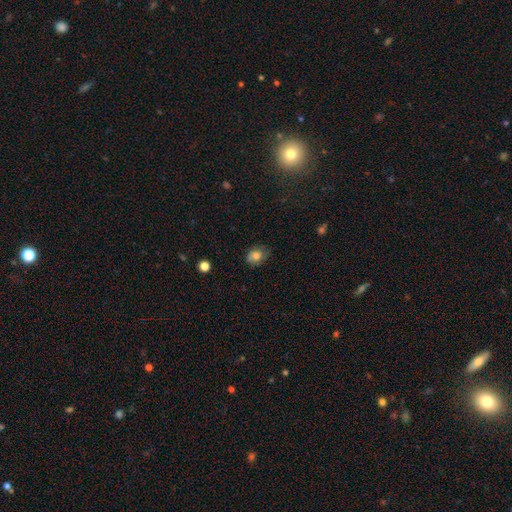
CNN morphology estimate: Smooth or featured: smooth — 75% (featured or disk — 14%)
How rounded: in between — 54% (round — 45%)
Merging: none — 69% (minor disturbance — 23%)